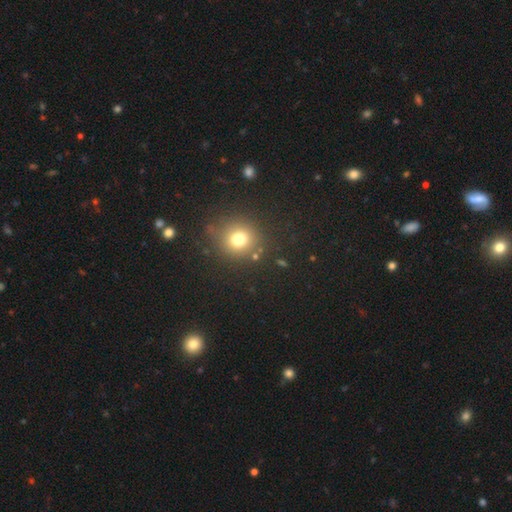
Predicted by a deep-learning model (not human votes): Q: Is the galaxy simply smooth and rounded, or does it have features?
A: smooth — 71%.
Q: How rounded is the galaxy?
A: round — 90%.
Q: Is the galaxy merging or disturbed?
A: none — 85%.